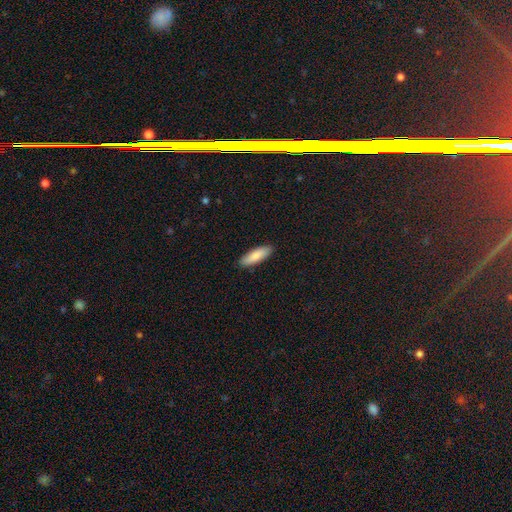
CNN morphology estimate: The model was most divided on "how rounded": in between: 52%, cigar-shaped: 46%, round: 2%. More confident: merging — none (91%); smooth or featured — smooth (86%).